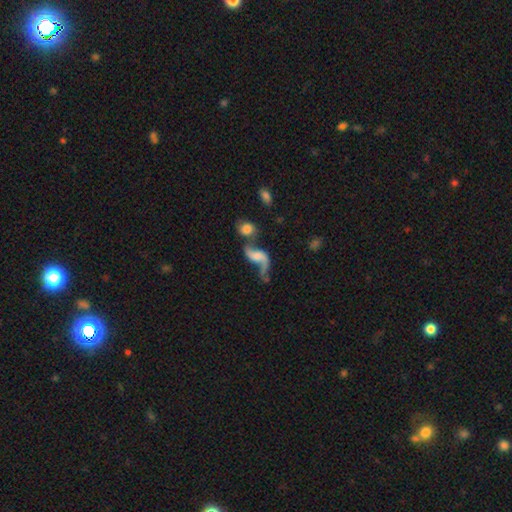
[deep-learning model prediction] featured or disk 72%, smooth 19%, star or artifact 9%. Down the decision tree: edge-on disk — no (95%); bar — no (53%); spiral arms — yes (87%); spiral arm count — 2 (77%); spiral winding — loose (89%); bulge size — none (35%); merging — merger (39%).